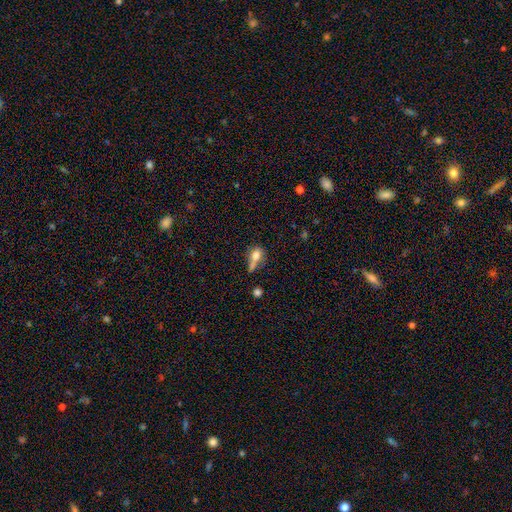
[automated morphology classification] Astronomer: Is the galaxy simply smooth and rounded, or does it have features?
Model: smooth — 72%.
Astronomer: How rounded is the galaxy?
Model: in between — 60%.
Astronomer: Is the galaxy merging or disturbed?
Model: merger — 34% (runner-up: none, 32%).